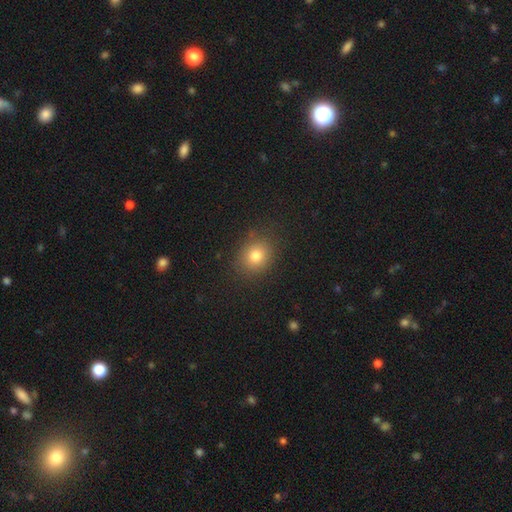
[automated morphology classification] Q: Smooth or featured?
A: smooth (79%); runner-up: star or artifact (13%)
Q: How rounded?
A: round (64%); runner-up: in between (35%)
Q: Merging?
A: none (84%); runner-up: minor disturbance (11%)